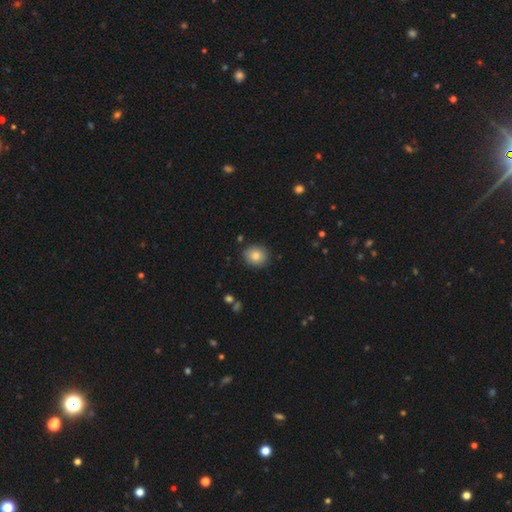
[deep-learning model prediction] Q: Smooth or featured?
A: smooth (82%); runner-up: star or artifact (9%)
Q: How rounded?
A: round (75%); runner-up: in between (24%)
Q: Merging?
A: none (87%); runner-up: minor disturbance (10%)